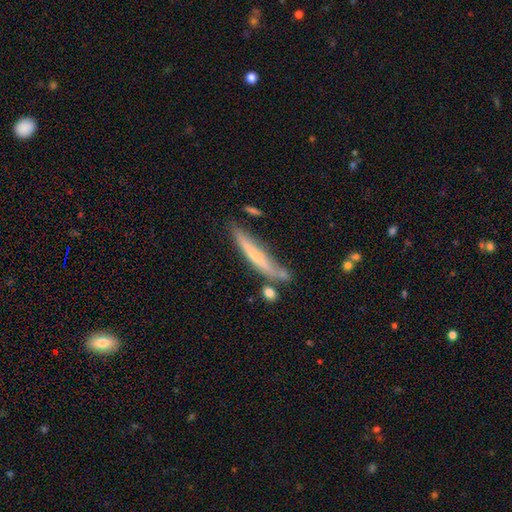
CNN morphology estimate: smooth-or-featured: featured or disk: 50% | smooth: 44% | star or artifact: 7%
  merging: none: 62% | minor disturbance: 21% | merger: 11% | major disturbance: 6%